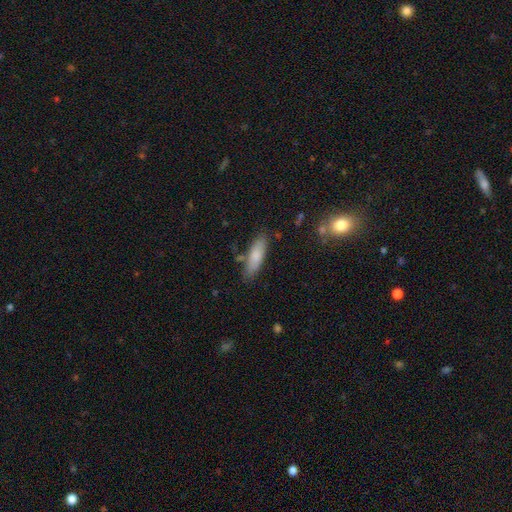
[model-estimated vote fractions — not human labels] This appears to be a smooth galaxy with no disk features (80%) that is in between round and cigar-shaped (50%). Merging: none (76%).